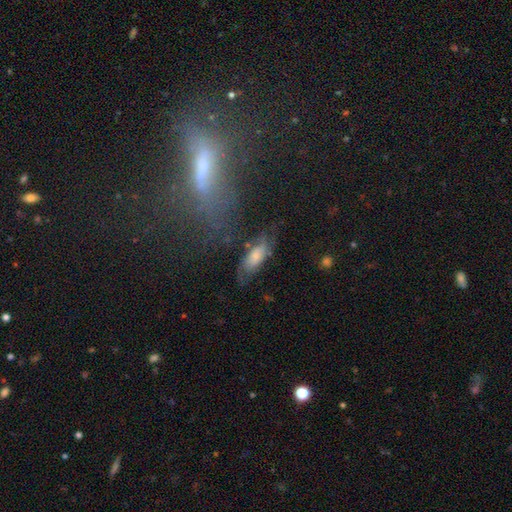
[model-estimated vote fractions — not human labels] smooth-or-featured: featured or disk: 48% | smooth: 43% | star or artifact: 9%
  merging: none: 58% | minor disturbance: 23% | major disturbance: 14% | merger: 5%